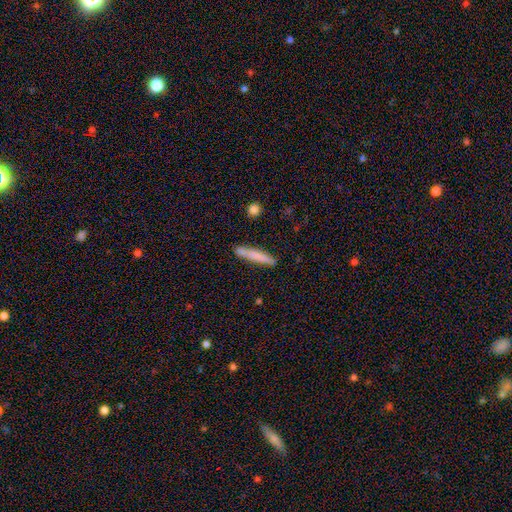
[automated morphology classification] This appears to be a smooth galaxy with no disk features (72%) that is cigar-shaped (94%). Merging: none (79%).